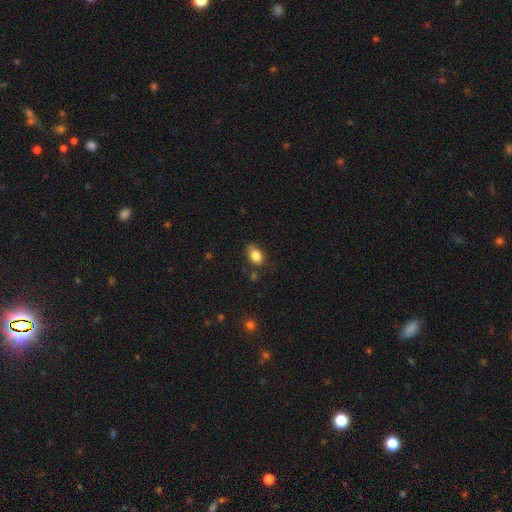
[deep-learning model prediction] Overall: smooth (84%). How rounded: in between (83%). Merging: none (68%).